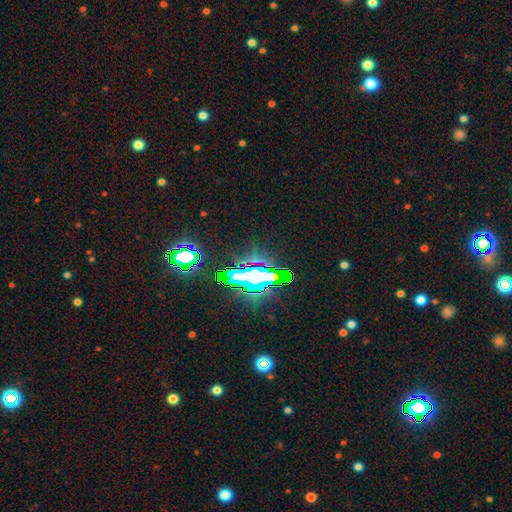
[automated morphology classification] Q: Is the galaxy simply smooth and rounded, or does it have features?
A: star or artifact — 79%.